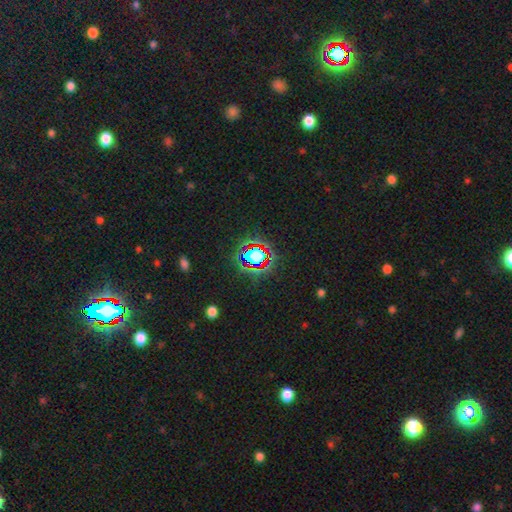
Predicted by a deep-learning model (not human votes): star or artifact 67%, smooth 21%, featured or disk 12%.